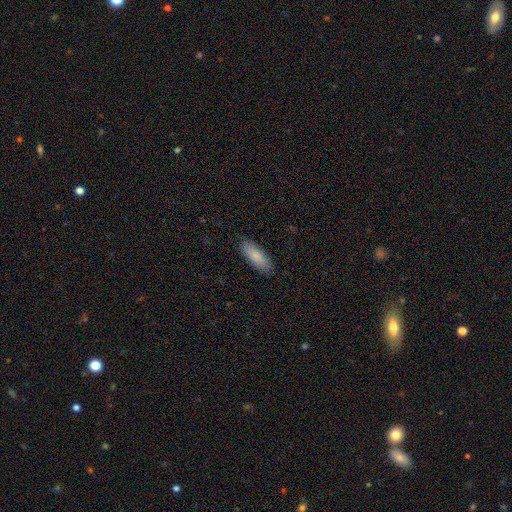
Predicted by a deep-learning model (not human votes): Smooth or featured?
  - smooth: 86% *
  - featured or disk: 8%
  - star or artifact: 5%
How rounded?
  - in between: 68% *
  - cigar-shaped: 30%
  - round: 2%
Merging?
  - none: 88% *
  - minor disturbance: 9%
  - major disturbance: 2%
  - merger: 1%